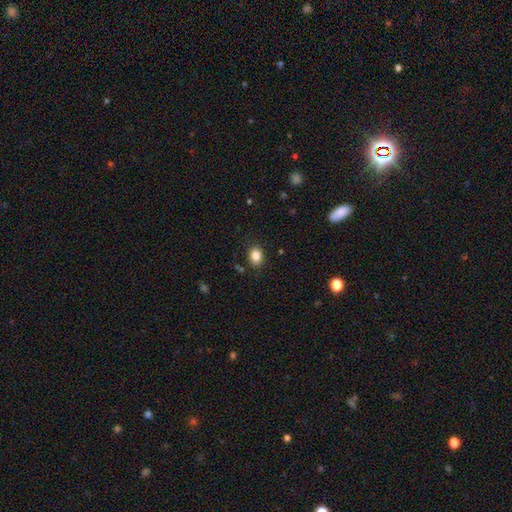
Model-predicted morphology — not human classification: This is clearly a smooth galaxy (85%). How rounded: likely in between (63%). Merging: clearly none (85%).